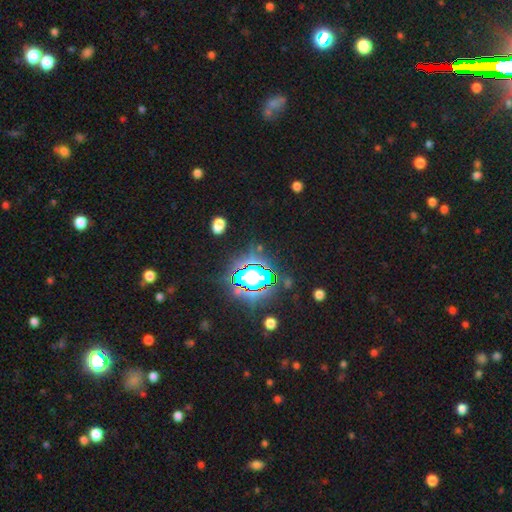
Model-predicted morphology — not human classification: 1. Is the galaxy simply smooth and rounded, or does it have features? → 79% star or artifact, 12% smooth, 9% featured or disk.